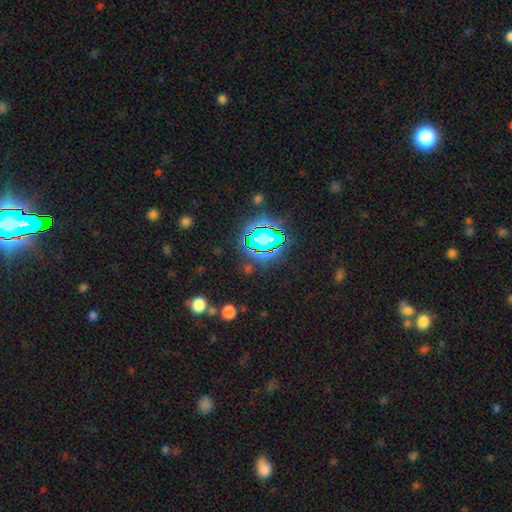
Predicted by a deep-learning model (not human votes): star or artifact 81%, smooth 12%, featured or disk 7%.